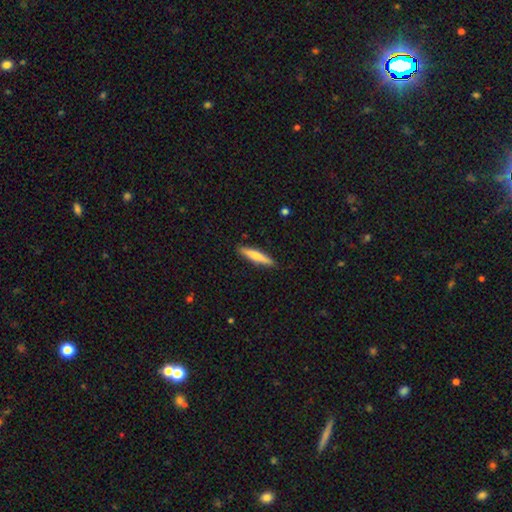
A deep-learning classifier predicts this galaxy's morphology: Smooth or featured: smooth — 57% (featured or disk — 38%)
How rounded: cigar-shaped — 87% (in between — 11%)
Merging: none — 90% (minor disturbance — 7%)